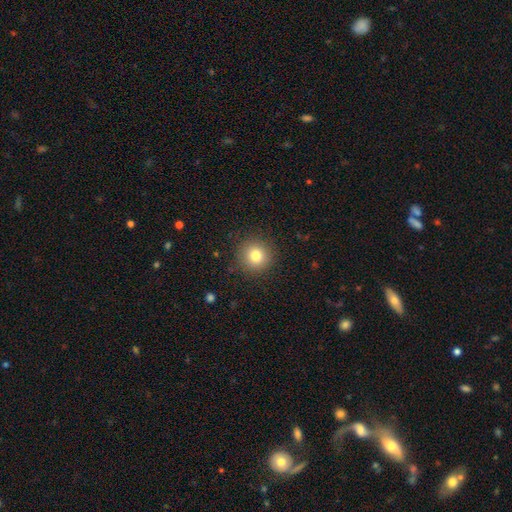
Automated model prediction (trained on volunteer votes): smooth_or_featured: smooth (p=0.80) [alt: star or artifact p=0.12]
how_rounded: round (p=0.95) [alt: in between p=0.04]
merging: none (p=0.90) [alt: minor disturbance p=0.06]